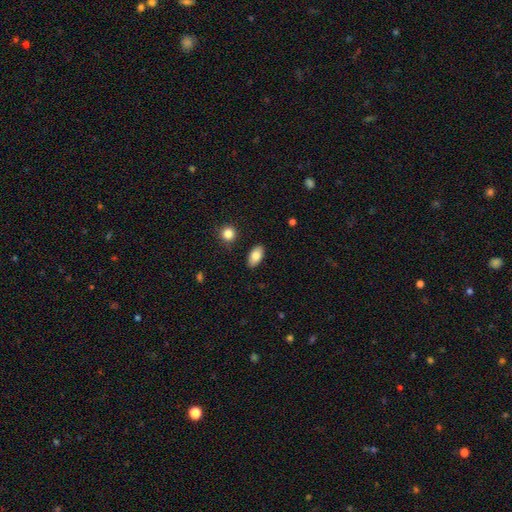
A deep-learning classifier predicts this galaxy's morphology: smooth-or-featured: smooth: 81% | featured or disk: 12% | star or artifact: 7%
  how-rounded: in between: 92% | cigar-shaped: 4% | round: 4%
  merging: none: 88% | minor disturbance: 8% | major disturbance: 2% | merger: 2%